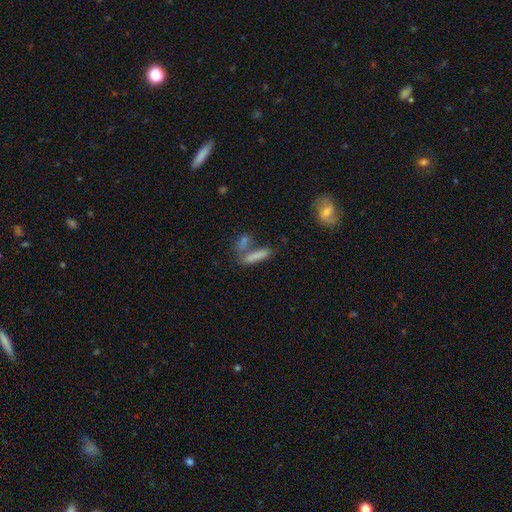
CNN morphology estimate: The model was most divided on "merging": none: 49%, merger: 33%, minor disturbance: 11%, major disturbance: 6%. More confident: smooth or featured — smooth (76%); how rounded — cigar-shaped (71%).